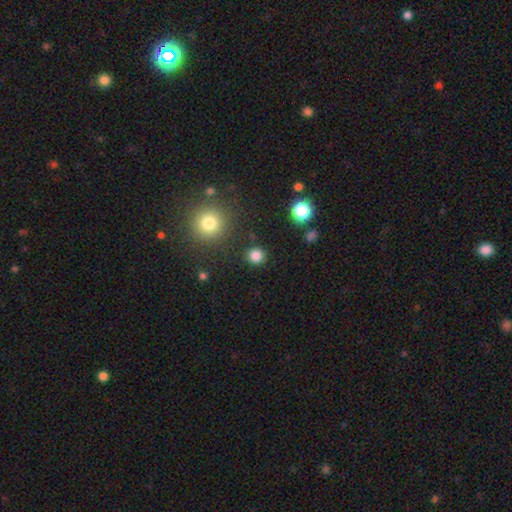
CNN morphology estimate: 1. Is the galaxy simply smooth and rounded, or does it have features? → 83% smooth, 13% star or artifact, 4% featured or disk.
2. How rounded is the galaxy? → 92% round, 7% in between, 1% cigar-shaped.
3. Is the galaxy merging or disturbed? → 89% none, 6% minor disturbance, 3% major disturbance, 2% merger.